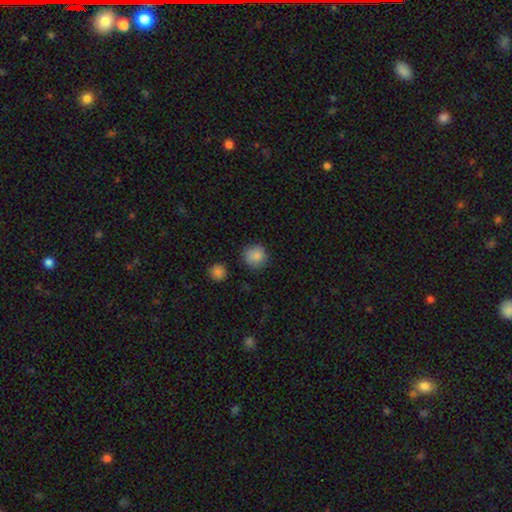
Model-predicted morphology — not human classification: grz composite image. It shows a smooth galaxy with no disk features (86%) that is round (93%). Merging: none (85%).